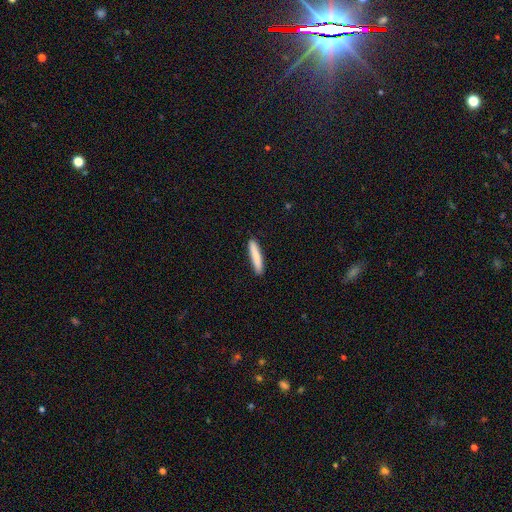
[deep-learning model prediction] This appears to be a smooth galaxy with no disk features (84%) that is cigar-shaped (91%). Merging: none (90%).